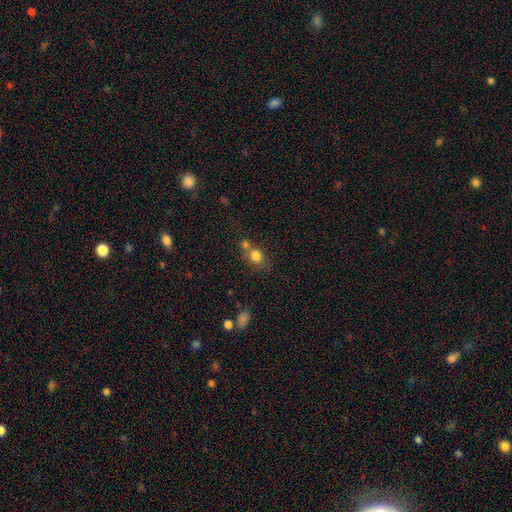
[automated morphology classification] This is likely a smooth galaxy (79%). How rounded: likely round (63%). Merging: marginally none (43%).